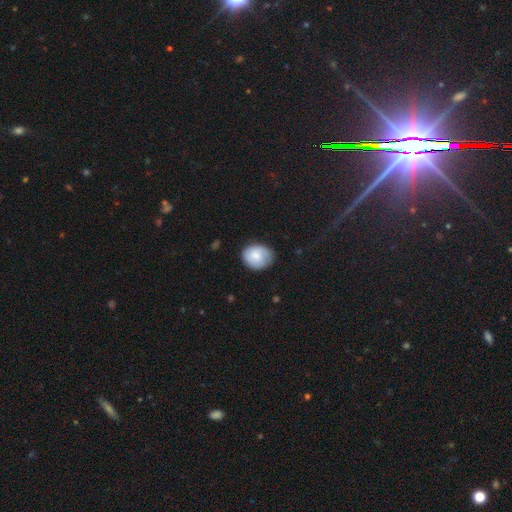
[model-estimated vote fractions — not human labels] This is likely a smooth galaxy (75%). How rounded: likely round (62%). Merging: likely none (72%).